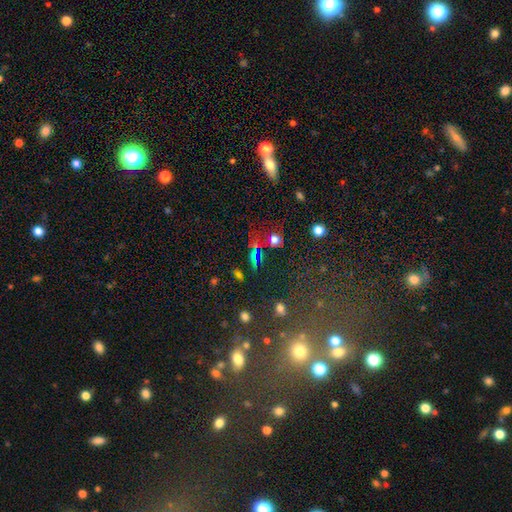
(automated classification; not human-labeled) A smooth galaxy with no disk features (45%). Merging: none (70%).